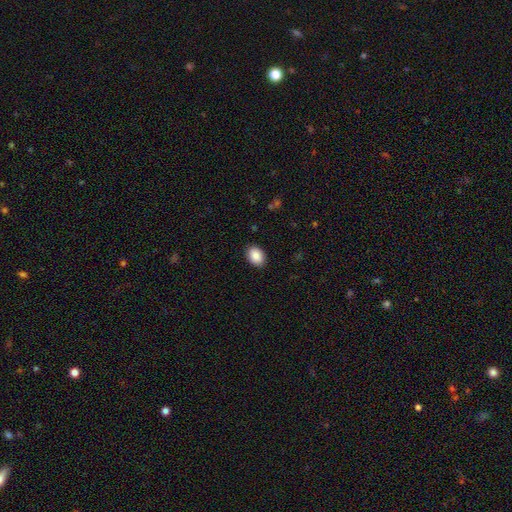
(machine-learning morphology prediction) Q: Smooth or featured?
A: smooth (89%); runner-up: star or artifact (7%)
Q: How rounded?
A: in between (77%); runner-up: round (22%)
Q: Merging?
A: none (89%); runner-up: minor disturbance (8%)